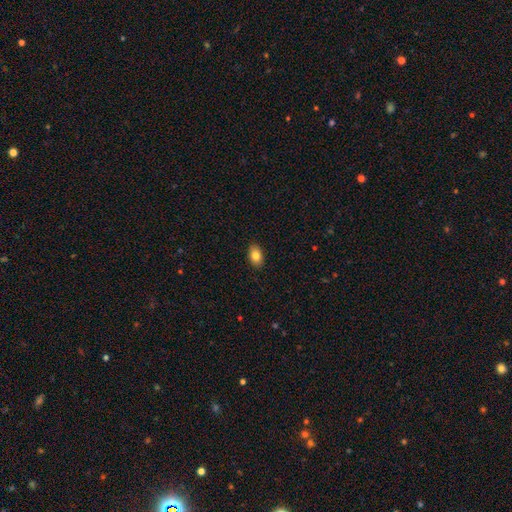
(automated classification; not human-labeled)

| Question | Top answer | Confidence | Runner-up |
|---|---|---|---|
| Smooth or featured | smooth | 84% | featured or disk (8%) |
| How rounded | in between | 88% | round (11%) |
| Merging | none | 90% | minor disturbance (8%) |